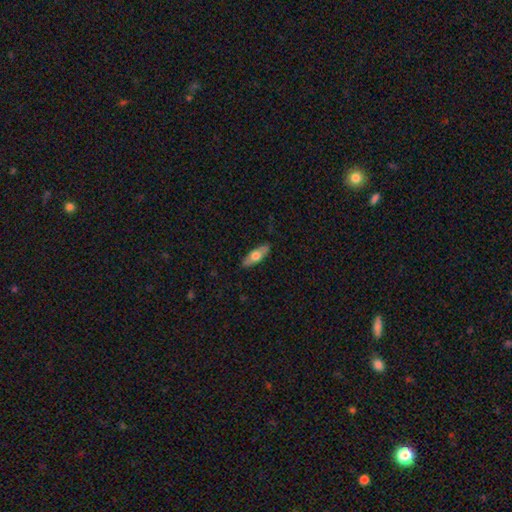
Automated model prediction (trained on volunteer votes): smooth-or-featured: smooth: 59% | featured or disk: 35% | star or artifact: 6%
  how-rounded: in between: 64% | cigar-shaped: 33% | round: 3%
  merging: none: 86% | minor disturbance: 11% | major disturbance: 2% | merger: 1%